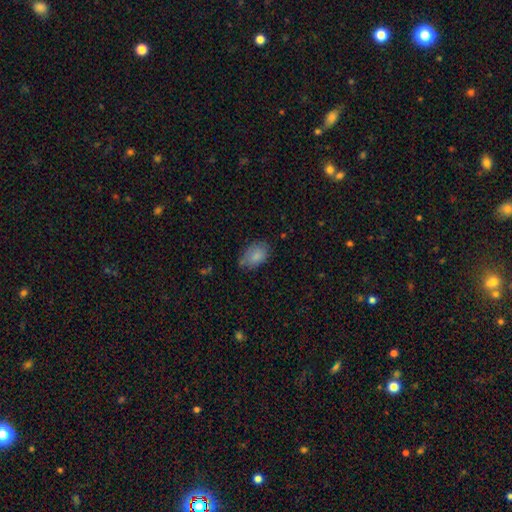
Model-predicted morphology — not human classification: A smooth galaxy with no disk features (84%) that is in between round and cigar-shaped (88%). Merging: none (65%).